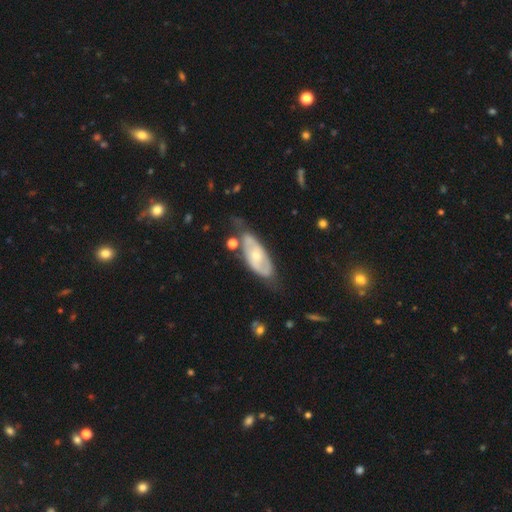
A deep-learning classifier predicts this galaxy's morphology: Overall: featured or disk (64%; smooth 31%). Edge-on disk: no (87%). Bar: no (70%). Spiral arms: yes (58%; no 42%). Bulge size: small (49%; moderate 46%). Merging: none (55%; minor disturbance 27%).